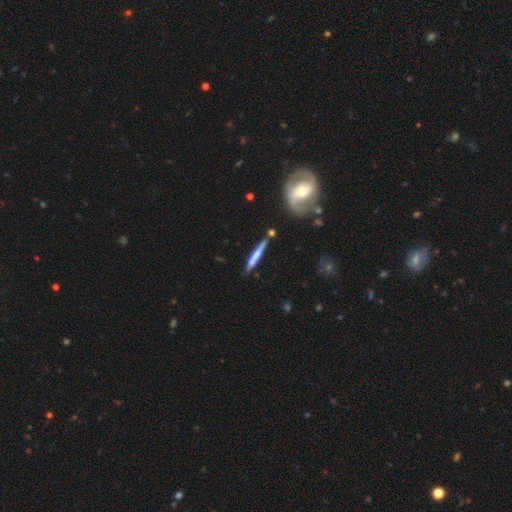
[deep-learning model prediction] A featured or disk galaxy (52%) viewed edge-on (92%). Merging: none (75%).